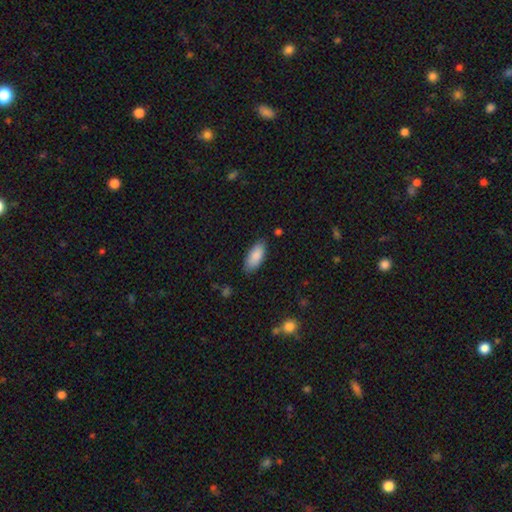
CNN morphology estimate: Overall: smooth (88%). How rounded: in between (87%). Merging: none (80%).